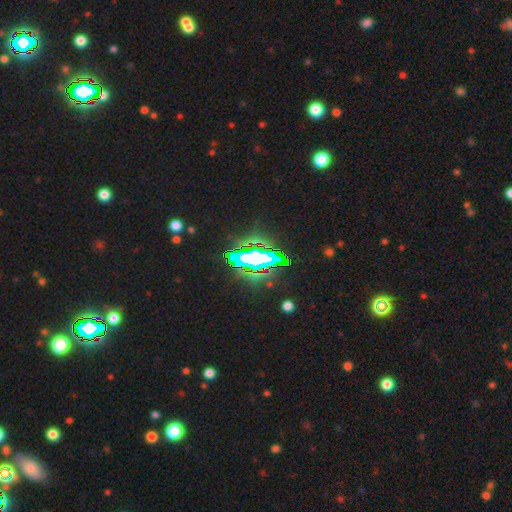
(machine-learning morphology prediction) This is likely a star or artifact rather than a galaxy (67%).